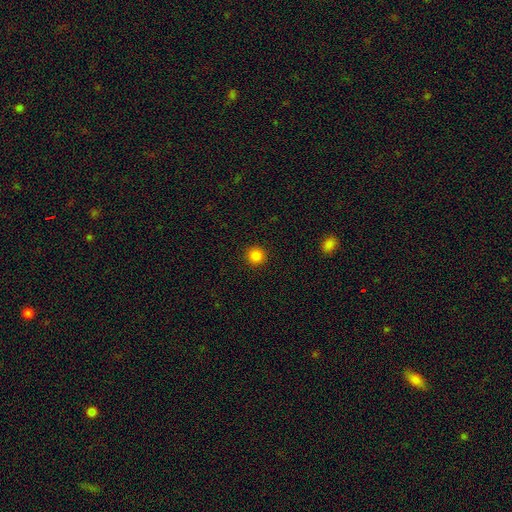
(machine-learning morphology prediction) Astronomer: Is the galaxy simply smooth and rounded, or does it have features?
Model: smooth — 84%.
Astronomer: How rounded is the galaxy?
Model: round — 95%.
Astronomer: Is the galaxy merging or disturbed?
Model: none — 93%.